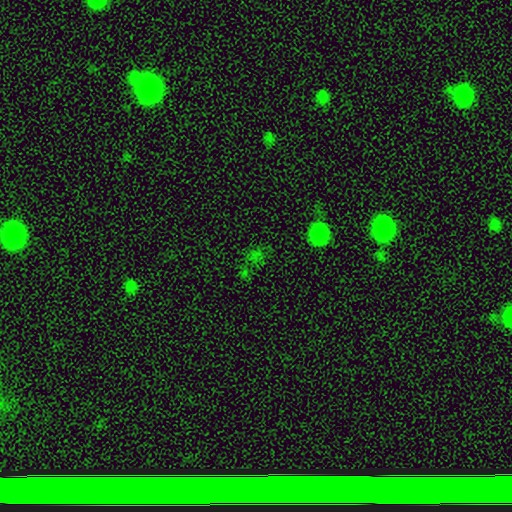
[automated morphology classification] smooth_or_featured: star or artifact (p=0.52) [alt: smooth p=0.39]